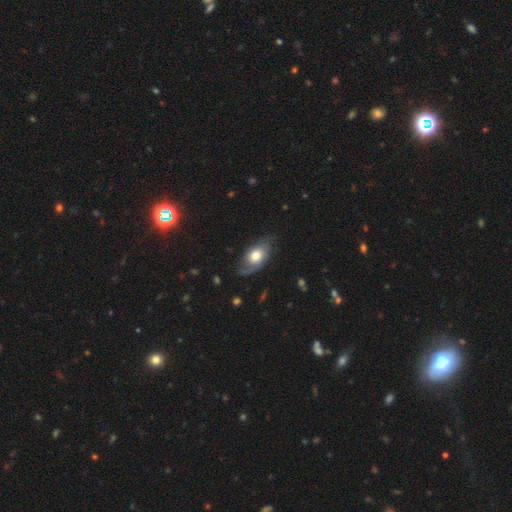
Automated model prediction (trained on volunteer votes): A featured or disk galaxy (53%).

Vote fractions:
- Smooth or featured? featured or disk: 53% / smooth: 40% / star or artifact: 6%
- Edge-on disk? no: 90% / yes: 10%
- Merging? none: 63% / minor disturbance: 25% / major disturbance: 11% / merger: 2%